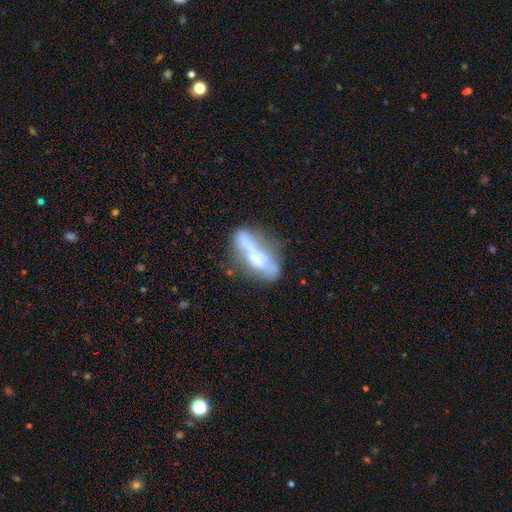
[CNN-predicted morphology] smooth-or-featured: featured or disk: 58% | smooth: 33% | star or artifact: 9%
  disk-edge-on: no: 69% | yes: 31%
  merging: none: 37% | merger: 23% | minor disturbance: 21% | major disturbance: 19%